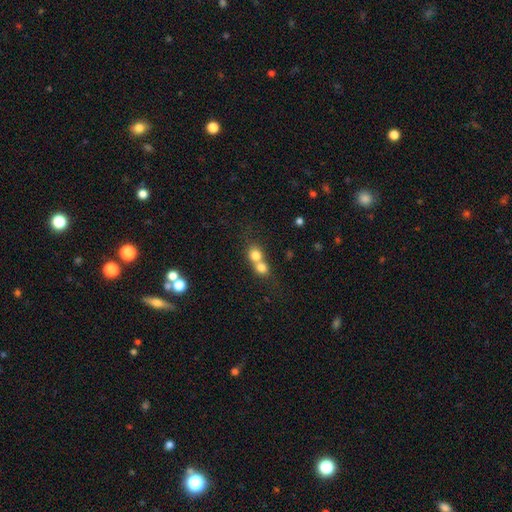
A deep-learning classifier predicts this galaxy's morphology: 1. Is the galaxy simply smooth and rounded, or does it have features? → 75% smooth, 14% featured or disk, 11% star or artifact.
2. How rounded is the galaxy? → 77% round, 22% in between, 1% cigar-shaped.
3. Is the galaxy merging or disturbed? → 69% merger, 24% none, 4% minor disturbance, 2% major disturbance.